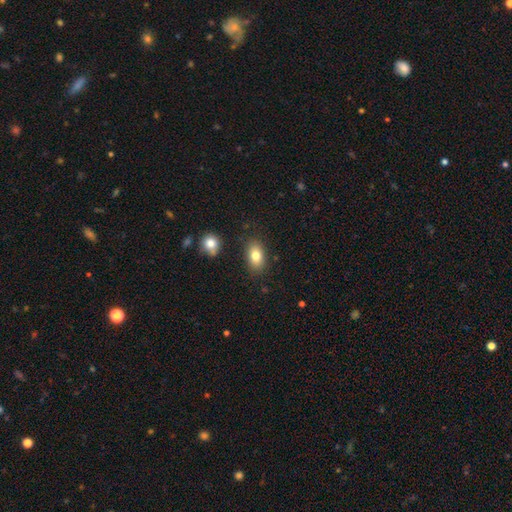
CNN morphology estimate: Smooth or featured?
  - smooth: 80% *
  - featured or disk: 11%
  - star or artifact: 9%
How rounded?
  - in between: 86% *
  - round: 12%
  - cigar-shaped: 2%
Merging?
  - none: 82% *
  - minor disturbance: 12%
  - merger: 3%
  - major disturbance: 3%